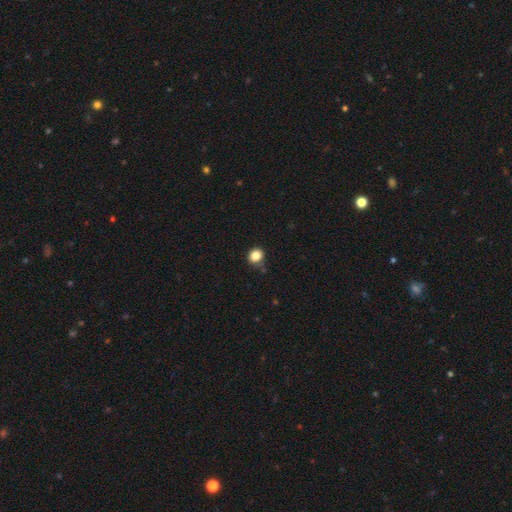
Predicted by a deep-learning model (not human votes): A smooth galaxy with no disk features (84%) that is round (78%).

Vote fractions:
- Smooth or featured? smooth: 84% / star or artifact: 11% / featured or disk: 5%
- How rounded? round: 78% / in between: 21% / cigar-shaped: 1%
- Merging? none: 78% / minor disturbance: 15% / merger: 4% / major disturbance: 3%